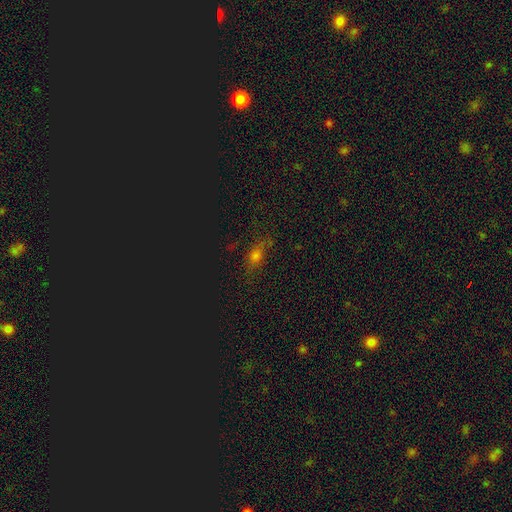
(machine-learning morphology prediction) Smooth or featured? smooth (53%)
How rounded? in between (66%)
Merging? none (69%)